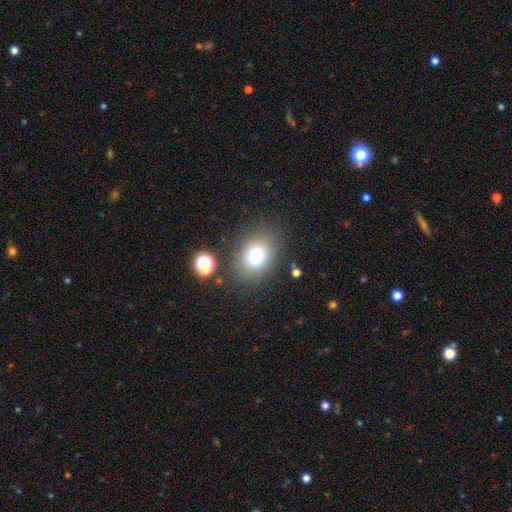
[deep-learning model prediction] This appears to be a smooth galaxy with no disk features (76%) that is in between round and cigar-shaped (56%). Merging: none (81%).